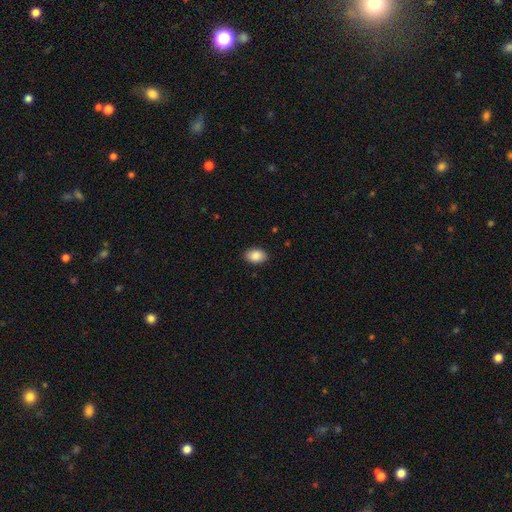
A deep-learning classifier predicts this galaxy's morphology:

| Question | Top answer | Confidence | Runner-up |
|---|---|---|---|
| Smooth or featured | smooth | 88% | star or artifact (7%) |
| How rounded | in between | 87% | round (12%) |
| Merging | none | 89% | minor disturbance (8%) |